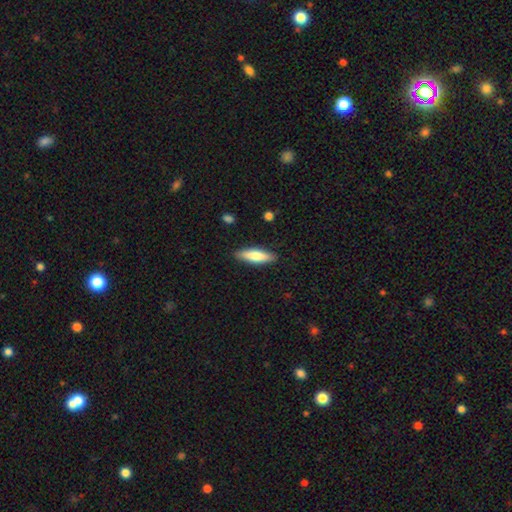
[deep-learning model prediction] smooth-or-featured: smooth: 72% | featured or disk: 23% | star or artifact: 5%
  how-rounded: cigar-shaped: 59% | in between: 39% | round: 2%
  merging: none: 88% | minor disturbance: 9% | major disturbance: 2% | merger: 1%